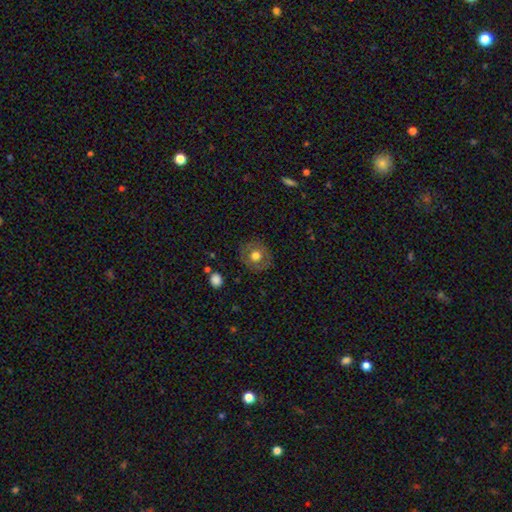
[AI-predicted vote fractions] smooth 60%, featured or disk 31%, star or artifact 9%. Down the decision tree: how rounded — round (85%); merging — none (83%).